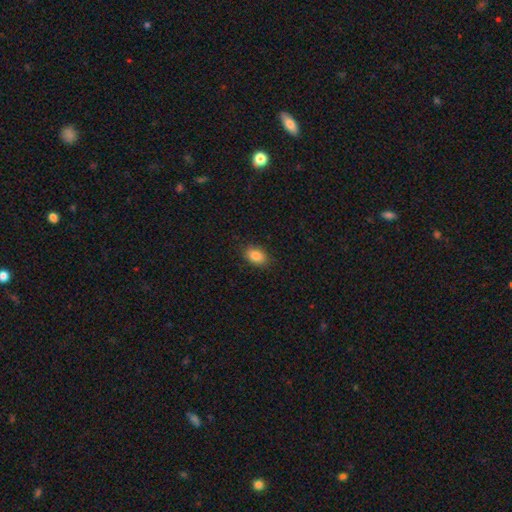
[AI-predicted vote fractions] Overall: smooth (86%). How rounded: in between (86%). Merging: none (88%).